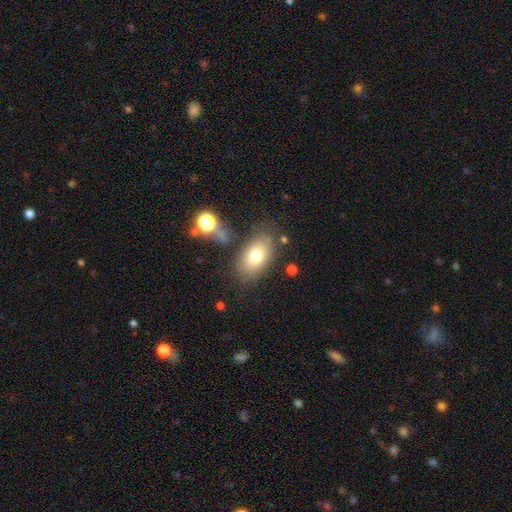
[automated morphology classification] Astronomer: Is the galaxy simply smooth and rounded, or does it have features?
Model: smooth — 75%.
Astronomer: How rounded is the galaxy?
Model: in between — 89%.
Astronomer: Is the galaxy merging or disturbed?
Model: none — 75%.